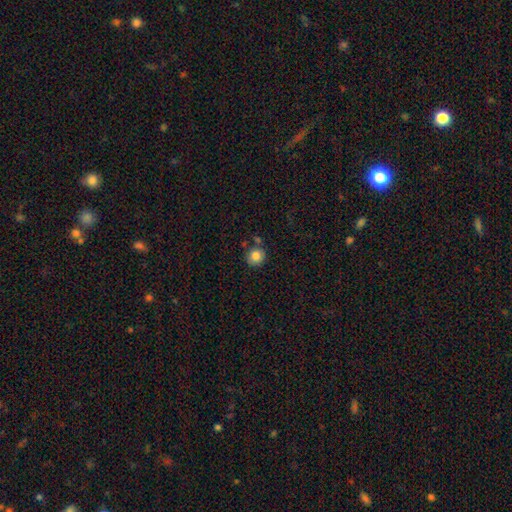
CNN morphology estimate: smooth-or-featured: smooth: 83% | star or artifact: 10% | featured or disk: 7%
  how-rounded: round: 88% | in between: 11% | cigar-shaped: 1%
  merging: none: 78% | minor disturbance: 11% | merger: 8% | major disturbance: 3%